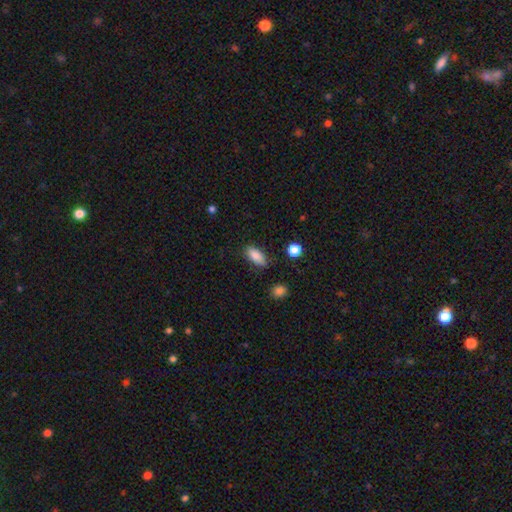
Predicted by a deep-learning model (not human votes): This appears to be a smooth galaxy with no disk features (86%) that is in between round and cigar-shaped (84%). Merging: none (83%).